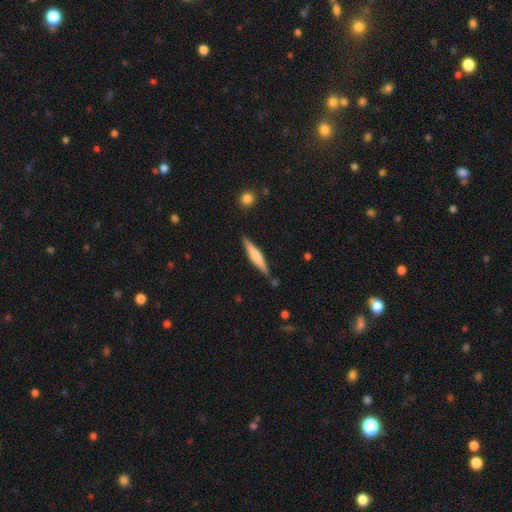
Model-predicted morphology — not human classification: This appears to be a featured or disk galaxy (48%). Merging: none (86%).